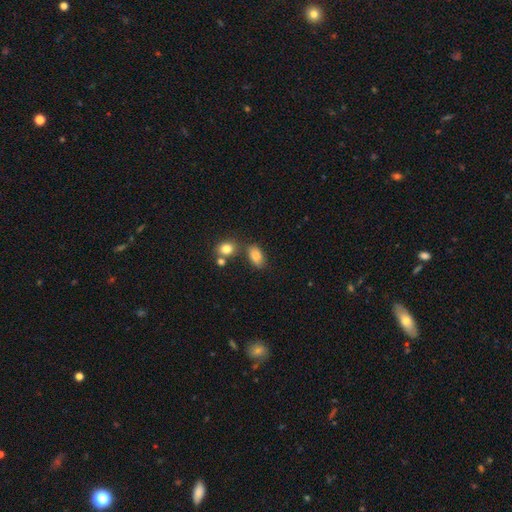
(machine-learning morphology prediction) smooth 84%, star or artifact 9%, featured or disk 7%. Down the decision tree: how rounded — in between (88%); merging — none (65%).